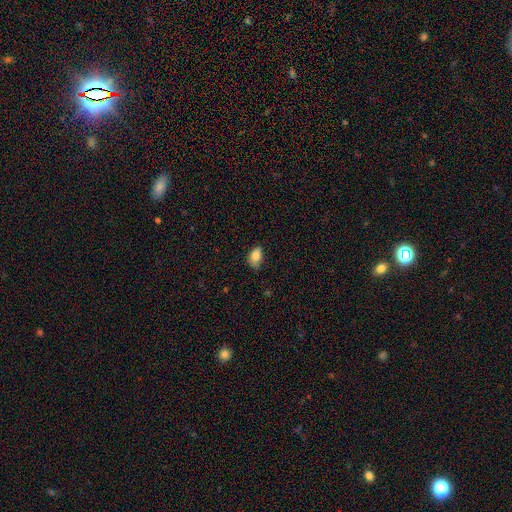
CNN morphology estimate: A smooth galaxy with no disk features (83%) that is in between round and cigar-shaped (85%).

Vote fractions:
- Smooth or featured? smooth: 83% / star or artifact: 9% / featured or disk: 8%
- How rounded? in between: 85% / round: 13% / cigar-shaped: 2%
- Merging? none: 67% / minor disturbance: 27% / major disturbance: 4% / merger: 1%